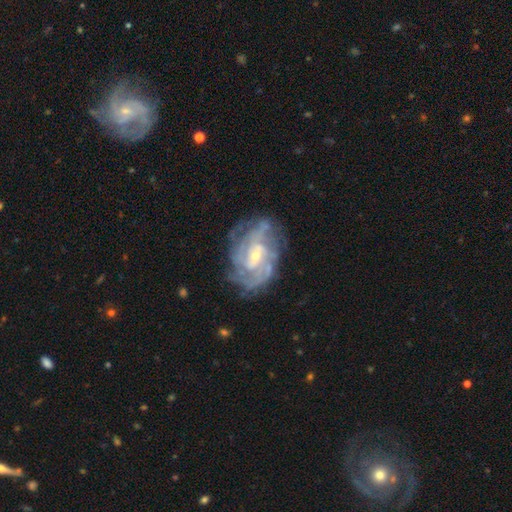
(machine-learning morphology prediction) Smooth or featured? featured or disk (88%)
Edge-on disk? no (97%)
Bar? no (46%)
Spiral arms? yes (94%)
Spiral winding? tight (60%)
Spiral arm count? can't tell (35%)
Bulge size? small (65%)
Merging? none (68%)